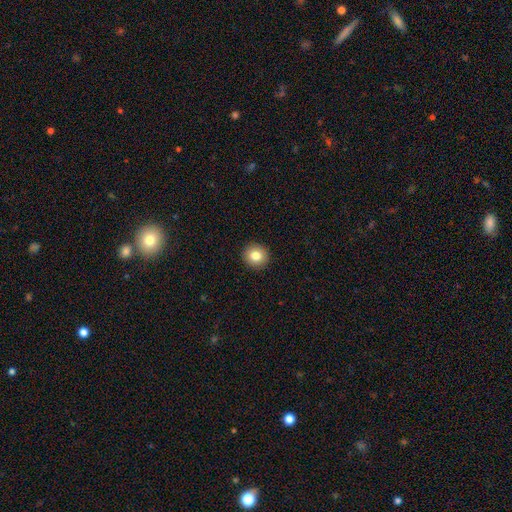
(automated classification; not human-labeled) Q: Smooth or featured?
A: smooth (82%); runner-up: star or artifact (10%)
Q: How rounded?
A: round (91%); runner-up: in between (8%)
Q: Merging?
A: none (93%); runner-up: minor disturbance (5%)